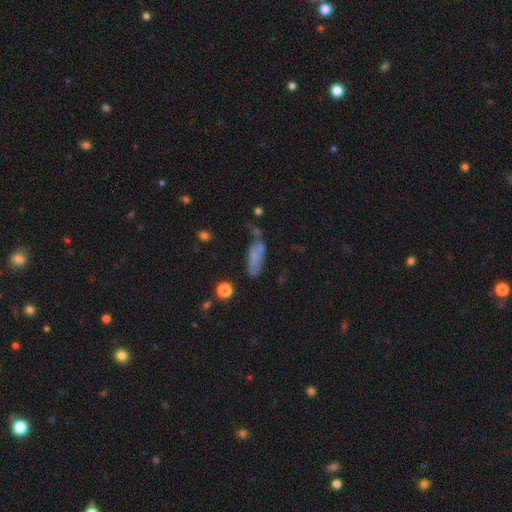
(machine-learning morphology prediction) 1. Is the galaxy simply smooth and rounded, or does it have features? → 54% smooth, 30% featured or disk, 16% star or artifact.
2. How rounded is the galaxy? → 61% in between, 35% cigar-shaped, 4% round.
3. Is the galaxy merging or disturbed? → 33% none, 25% major disturbance, 25% minor disturbance, 17% merger.